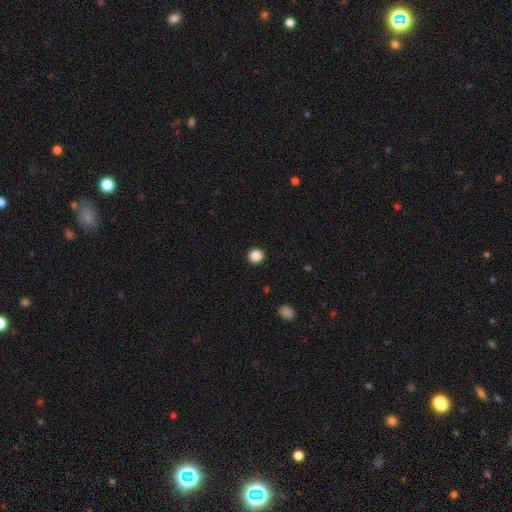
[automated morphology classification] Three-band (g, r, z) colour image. It shows a smooth galaxy with no disk features (87%) that is round (92%). Merging: none (93%).